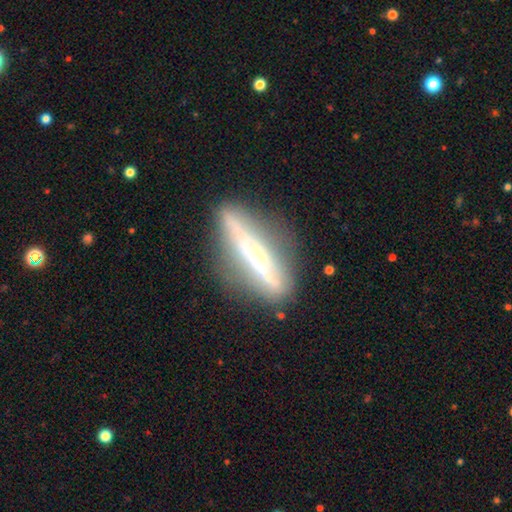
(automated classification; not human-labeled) A featured or disk galaxy (73%) viewed edge-on (88%) with a rounded central bulge (54%).

Vote fractions:
- Smooth or featured? featured or disk: 73% / smooth: 19% / star or artifact: 7%
- Edge-on disk? yes: 88% / no: 12%
- Edge-on bulge? rounded: 54% / none: 32% / boxy: 13%
- Merging? none: 76% / minor disturbance: 15% / major disturbance: 6% / merger: 3%